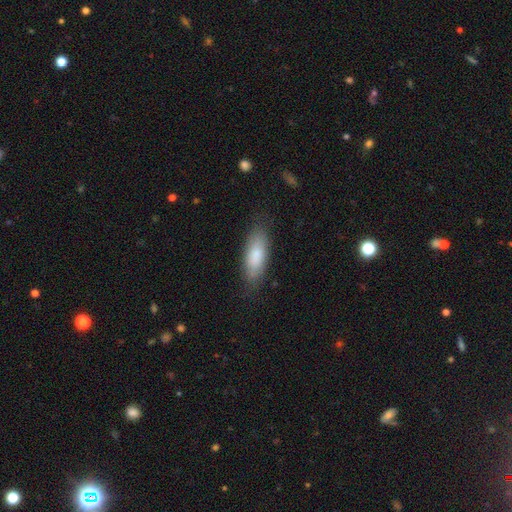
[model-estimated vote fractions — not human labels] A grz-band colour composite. It shows a smooth galaxy with no disk features (80%) that is in between round and cigar-shaped (73%). Merging: none (79%).